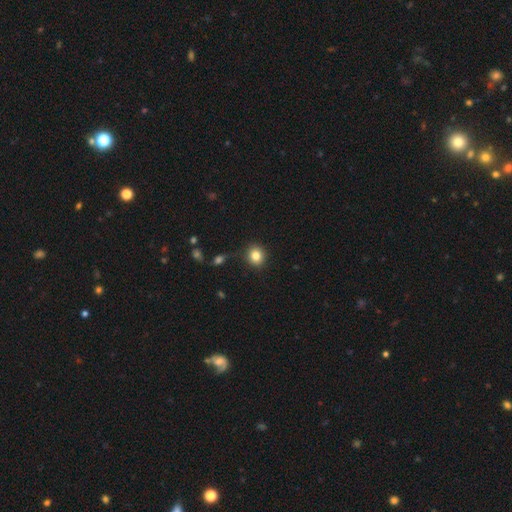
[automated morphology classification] Smooth or featured? Predicted: smooth (p=0.82). How rounded? Predicted: round (p=0.82). Merging? Predicted: none (p=0.87).